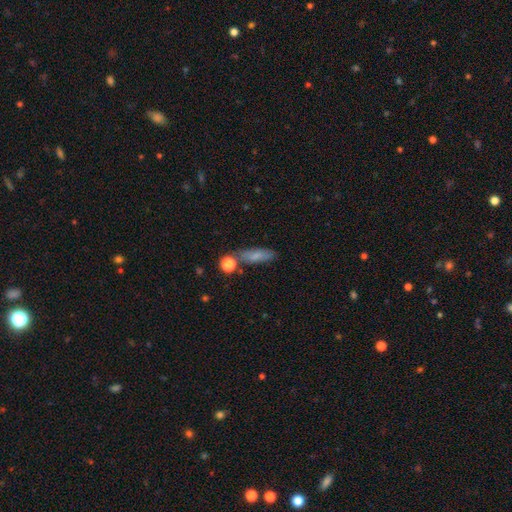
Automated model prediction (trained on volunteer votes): The model was most divided on "how rounded": in between: 48%, cigar-shaped: 46%, round: 6%. More confident: smooth or featured — smooth (75%); merging — none (68%).